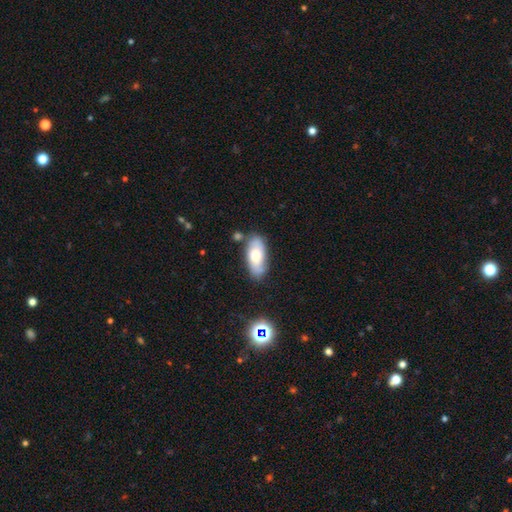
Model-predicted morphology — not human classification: Smooth or featured? Predicted: smooth (p=0.60). How rounded? Predicted: in between (p=0.87). Merging? Predicted: none (p=0.71).